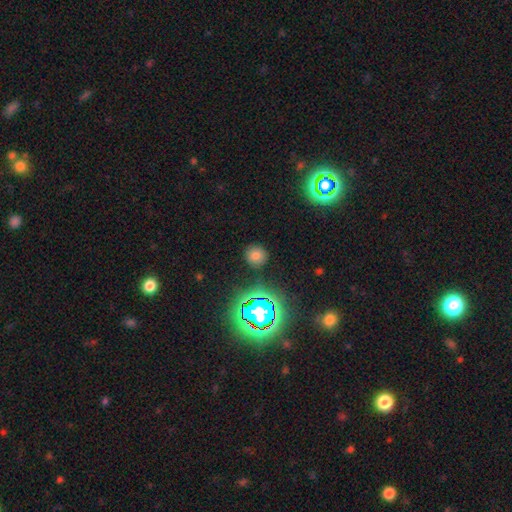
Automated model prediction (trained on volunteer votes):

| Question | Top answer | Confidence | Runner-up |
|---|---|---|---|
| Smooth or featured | smooth | 70% | star or artifact (22%) |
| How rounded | round | 90% | in between (8%) |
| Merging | none | 87% | minor disturbance (8%) |